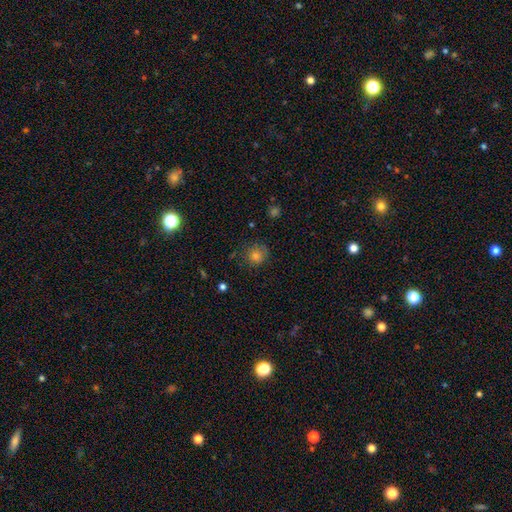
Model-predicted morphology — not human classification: This is likely a smooth galaxy (70%). How rounded: clearly round (87%). Merging: likely none (76%).